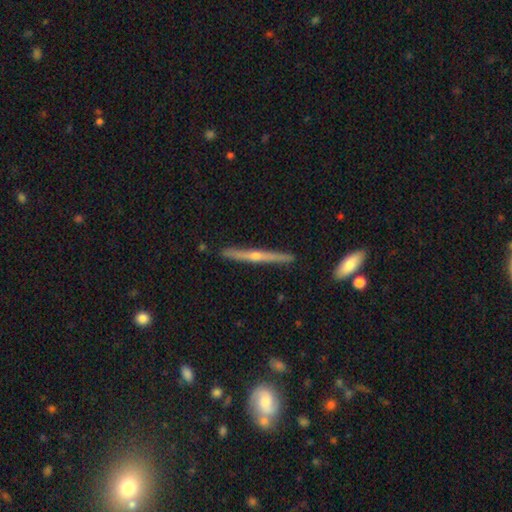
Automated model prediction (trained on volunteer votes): Smooth or featured? Predicted: featured or disk (p=0.78). Edge-on disk? Predicted: yes (p=0.98). Edge-on bulge? Predicted: rounded (p=0.86). Merging? Predicted: none (p=0.89).